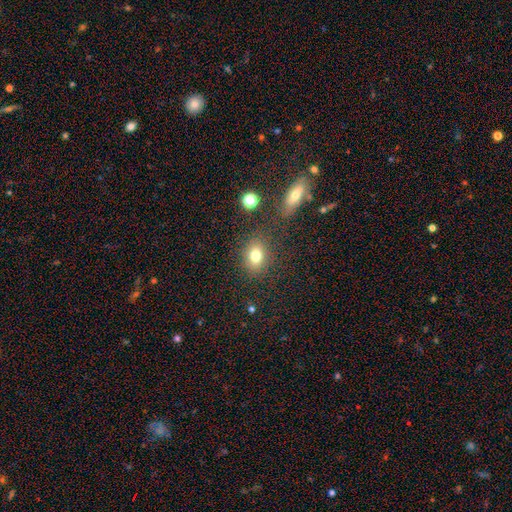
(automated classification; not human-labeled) A smooth galaxy with no disk features (77%) that is in between round and cigar-shaped (60%). Merging: none (78%).